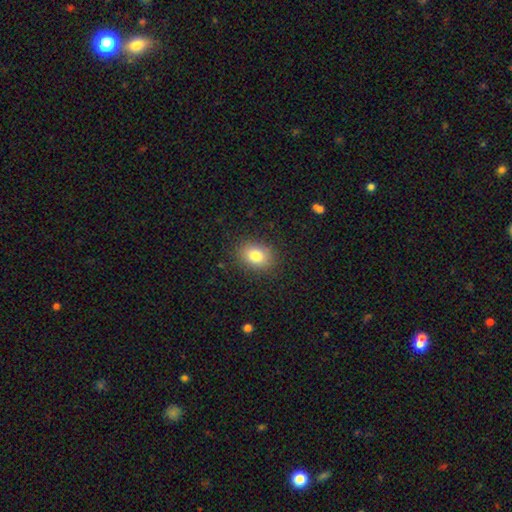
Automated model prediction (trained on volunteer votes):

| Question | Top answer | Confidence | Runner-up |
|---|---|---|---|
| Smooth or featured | smooth | 81% | star or artifact (10%) |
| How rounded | in between | 63% | round (36%) |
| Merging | none | 86% | minor disturbance (10%) |